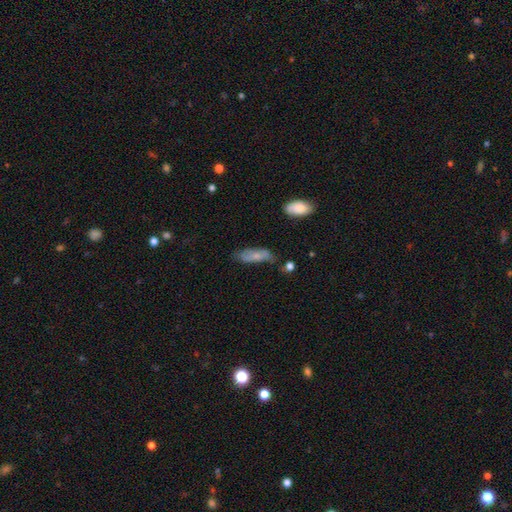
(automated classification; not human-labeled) Smooth or featured? Predicted: smooth (p=0.62). How rounded? Predicted: in between (p=0.61). Merging? Predicted: none (p=0.49).